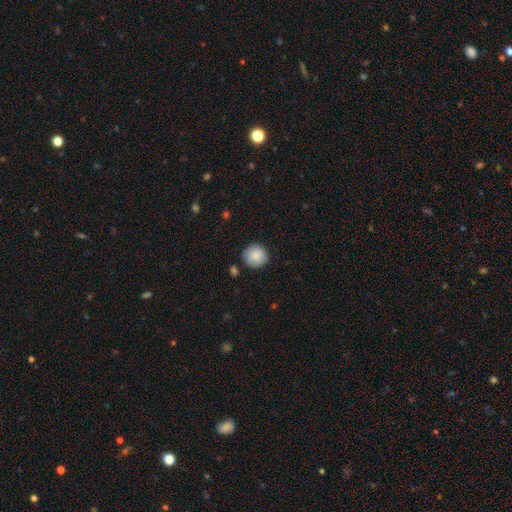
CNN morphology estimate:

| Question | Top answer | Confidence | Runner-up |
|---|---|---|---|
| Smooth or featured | smooth | 85% | featured or disk (8%) |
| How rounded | round | 93% | in between (6%) |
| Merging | none | 86% | minor disturbance (10%) |